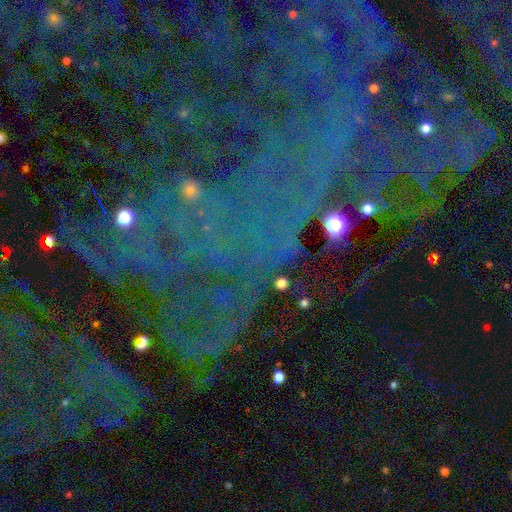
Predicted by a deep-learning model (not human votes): Smooth or featured?
  - star or artifact: 83% *
  - featured or disk: 10%
  - smooth: 8%